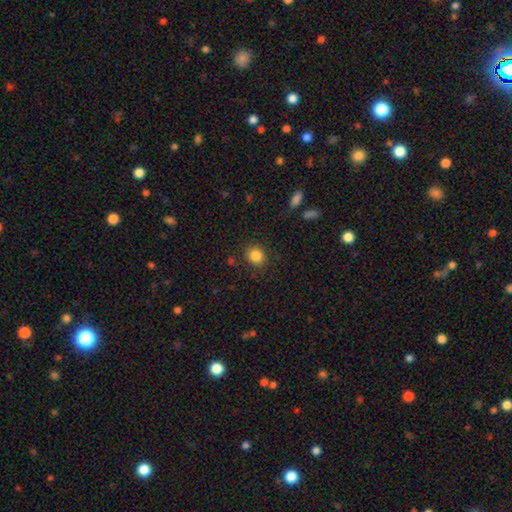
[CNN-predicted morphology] This appears to be a smooth galaxy with no disk features (85%) that is round (77%). Merging: none (87%).